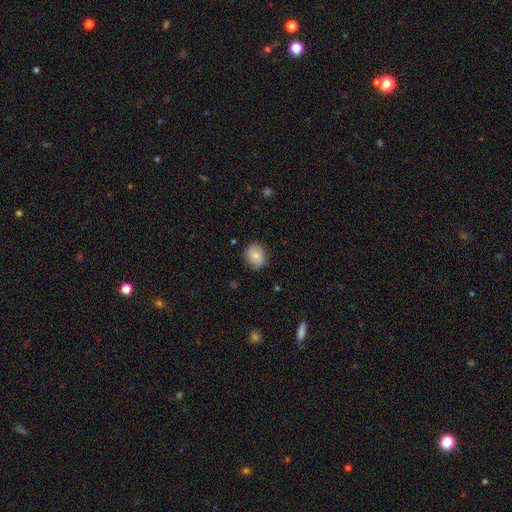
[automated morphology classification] Smooth or featured? Predicted: smooth (p=0.77). How rounded? Predicted: round (p=0.60). Merging? Predicted: none (p=0.82).